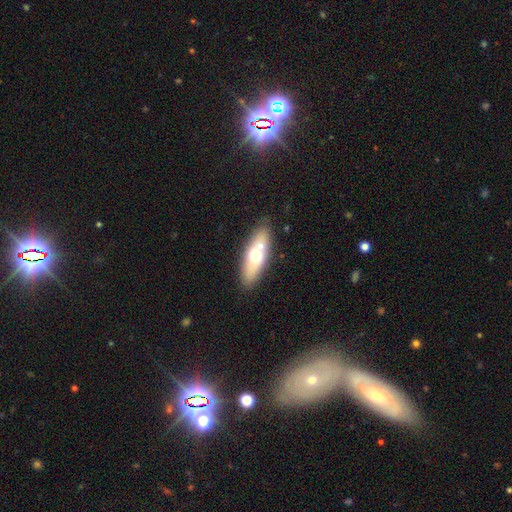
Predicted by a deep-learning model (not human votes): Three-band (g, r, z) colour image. It shows a smooth galaxy with no disk features (56%) that is in between round and cigar-shaped (68%). Merging: none (73%).